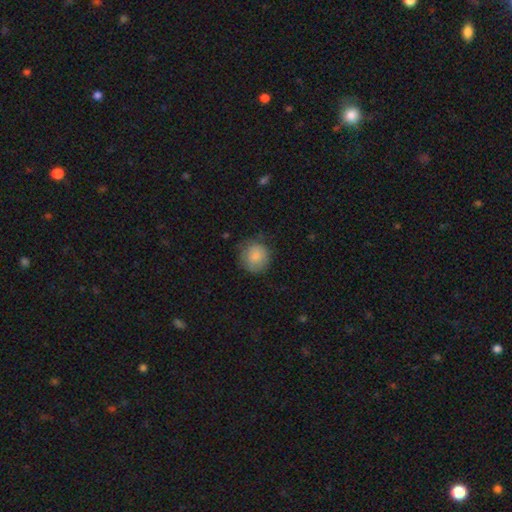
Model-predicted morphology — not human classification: Smooth or featured? Predicted: smooth (p=0.82). How rounded? Predicted: round (p=0.89). Merging? Predicted: none (p=0.71).